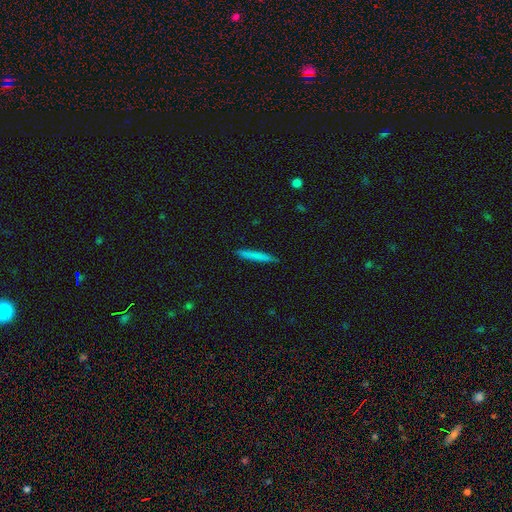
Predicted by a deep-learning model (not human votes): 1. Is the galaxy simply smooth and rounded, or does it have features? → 76% smooth, 17% featured or disk, 6% star or artifact.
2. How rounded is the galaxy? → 96% cigar-shaped, 3% in between, 1% round.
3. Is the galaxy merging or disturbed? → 90% none, 8% minor disturbance, 2% major disturbance, 1% merger.